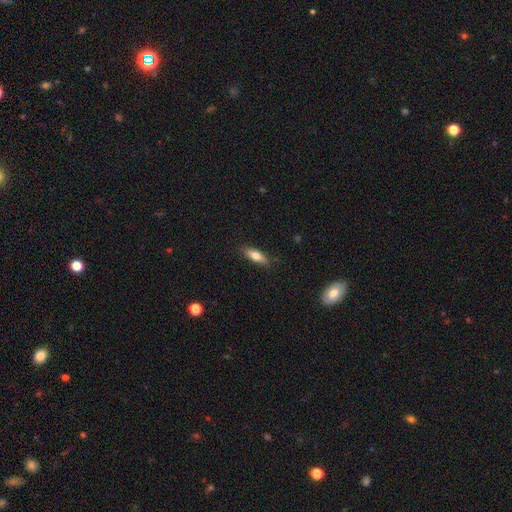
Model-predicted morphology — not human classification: Q: Smooth or featured?
A: smooth (69%); runner-up: featured or disk (24%)
Q: How rounded?
A: in between (56%); runner-up: cigar-shaped (42%)
Q: Merging?
A: none (87%); runner-up: minor disturbance (10%)